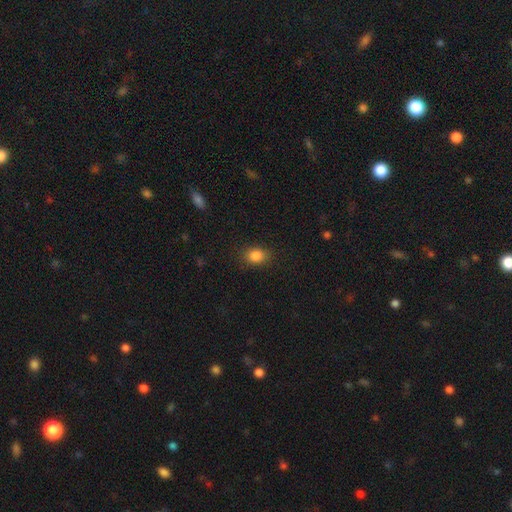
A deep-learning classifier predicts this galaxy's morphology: smooth-or-featured: smooth: 86% | star or artifact: 10% | featured or disk: 4%
  how-rounded: in between: 62% | round: 37% | cigar-shaped: 1%
  merging: none: 85% | minor disturbance: 11% | major disturbance: 3% | merger: 1%